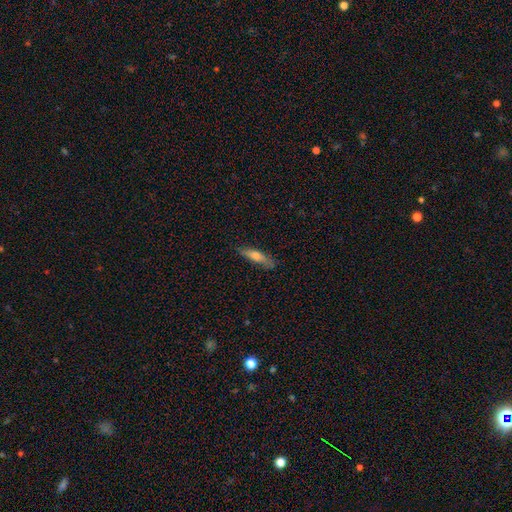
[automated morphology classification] The model was most divided on "smooth or featured": smooth: 57%, featured or disk: 37%, star or artifact: 7%. More confident: how rounded — cigar-shaped (78%); merging — none (78%).